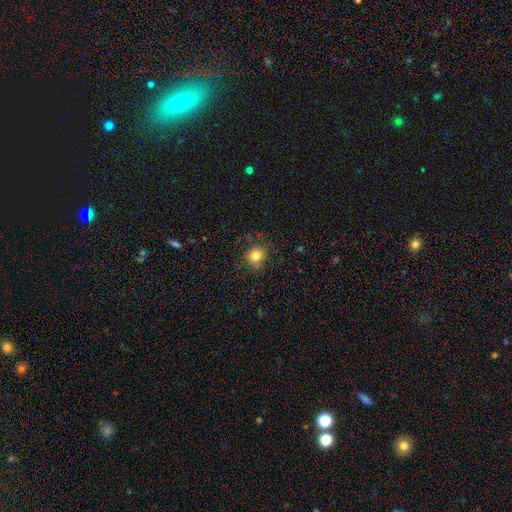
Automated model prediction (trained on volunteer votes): Smooth or featured?
  - smooth: 81% *
  - star or artifact: 13%
  - featured or disk: 7%
How rounded?
  - round: 87% *
  - in between: 12%
  - cigar-shaped: 1%
Merging?
  - none: 81% *
  - minor disturbance: 13%
  - major disturbance: 4%
  - merger: 2%